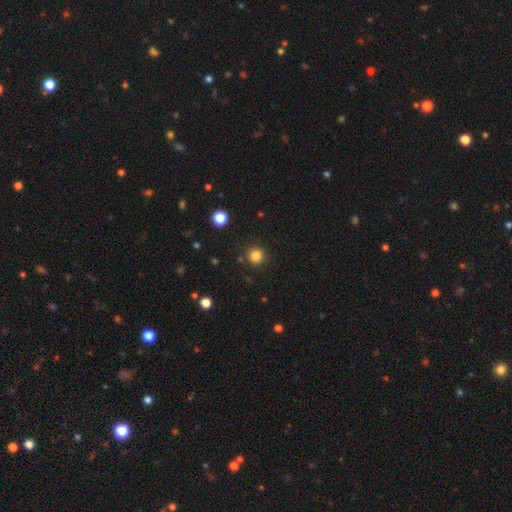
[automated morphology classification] Overall: smooth (83%). How rounded: round (94%). Merging: none (89%).